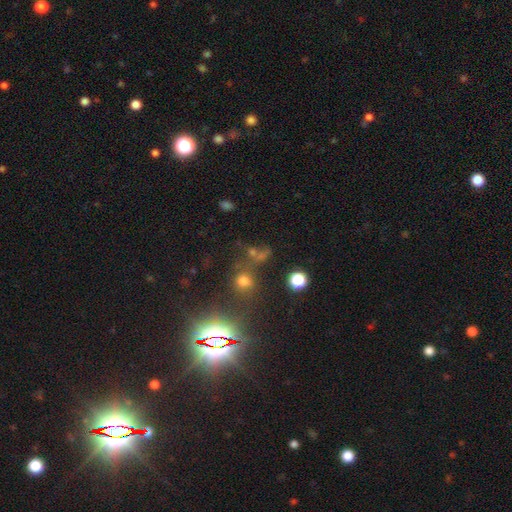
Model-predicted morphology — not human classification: A star or artifact, not a galaxy (48%).

Vote fractions:
- Smooth or featured? star or artifact: 48% / smooth: 40% / featured or disk: 11%